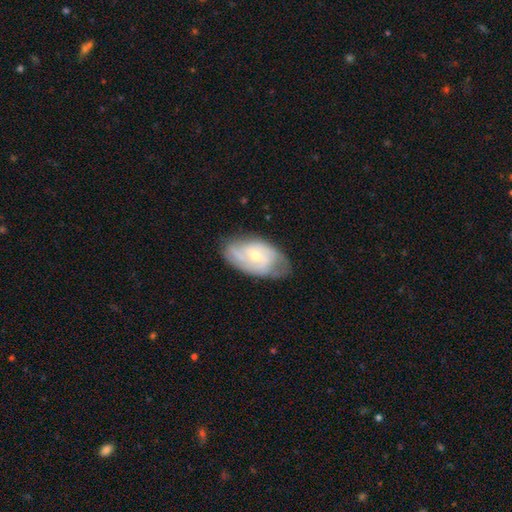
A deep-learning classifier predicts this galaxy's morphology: Smooth or featured? Predicted: featured or disk (p=0.72). Edge-on disk? Predicted: no (p=0.95). Bar? Predicted: no (p=0.60). Spiral arms? Predicted: yes (p=0.90). Spiral winding? Predicted: tight (p=0.49). Spiral arm count? Predicted: 2 (p=0.35). Bulge size? Predicted: small (p=0.55). Merging? Predicted: none (p=0.68).